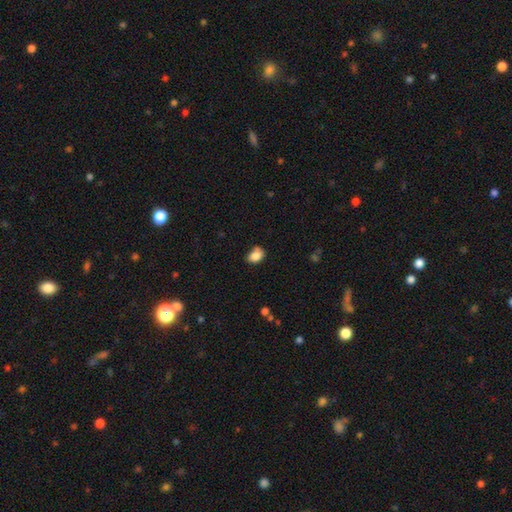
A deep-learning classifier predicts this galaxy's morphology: Smooth or featured? smooth (85%)
How rounded? in between (73%)
Merging? none (62%)